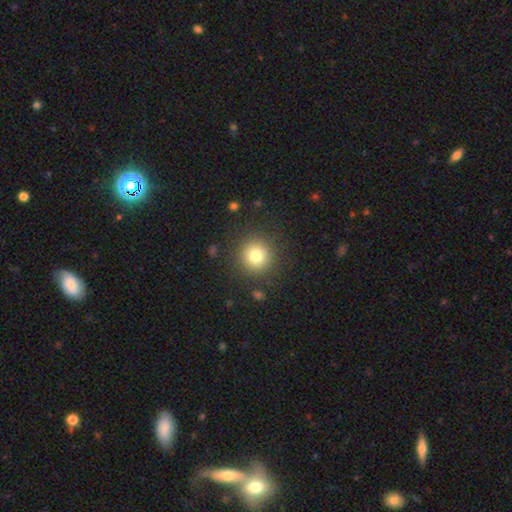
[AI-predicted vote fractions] A smooth galaxy with no disk features (78%) that is round (94%).

Vote fractions:
- Smooth or featured? smooth: 78% / star or artifact: 13% / featured or disk: 9%
- How rounded? round: 94% / in between: 5% / cigar-shaped: 1%
- Merging? none: 89% / minor disturbance: 7% / major disturbance: 3% / merger: 1%